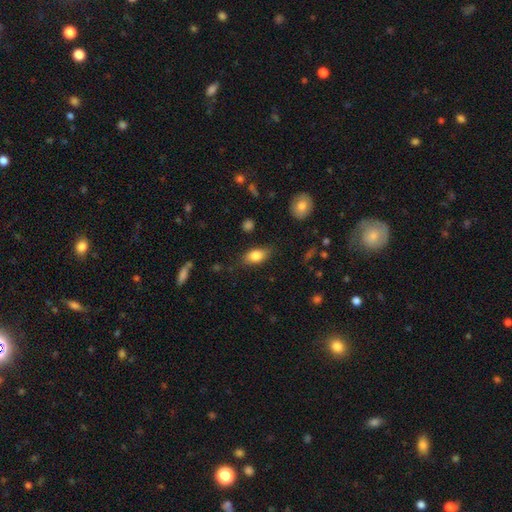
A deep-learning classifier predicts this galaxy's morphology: A smooth galaxy with no disk features (81%) that is in between round and cigar-shaped (87%).

Vote fractions:
- Smooth or featured? smooth: 81% / featured or disk: 12% / star or artifact: 8%
- How rounded? in between: 87% / cigar-shaped: 6% / round: 6%
- Merging? none: 80% / minor disturbance: 15% / major disturbance: 3% / merger: 2%